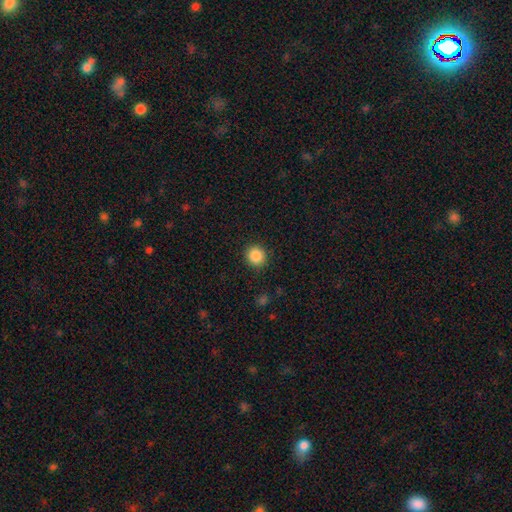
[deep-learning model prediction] smooth-or-featured: smooth: 87% | star or artifact: 10% | featured or disk: 3%
  how-rounded: round: 89% | in between: 10% | cigar-shaped: 1%
  merging: none: 91% | minor disturbance: 6% | major disturbance: 2% | merger: 1%